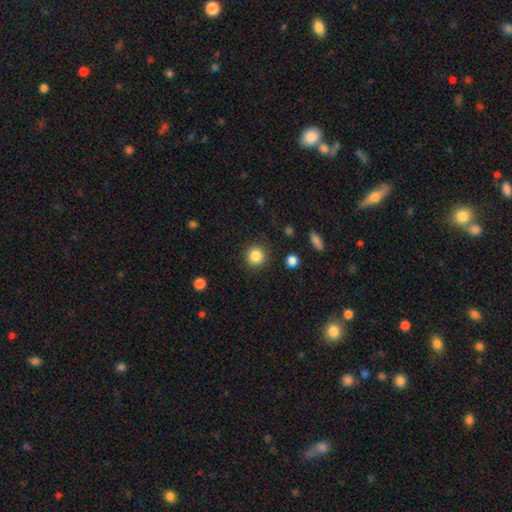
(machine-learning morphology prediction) Smooth or featured?
  - smooth: 85% *
  - star or artifact: 10%
  - featured or disk: 5%
How rounded?
  - round: 93% *
  - in between: 6%
  - cigar-shaped: 1%
Merging?
  - none: 90% *
  - minor disturbance: 6%
  - major disturbance: 2%
  - merger: 1%